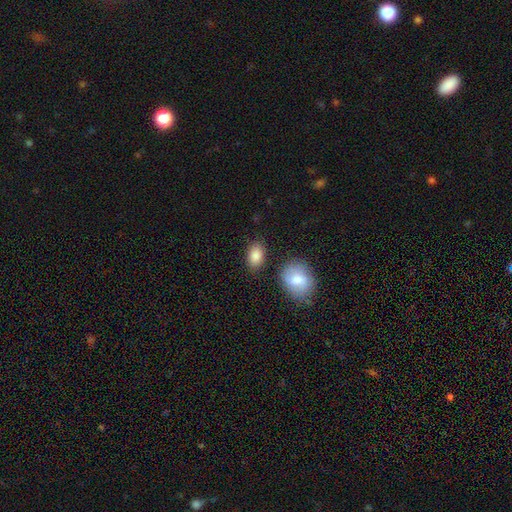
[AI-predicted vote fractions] smooth-or-featured: smooth: 87% | star or artifact: 7% | featured or disk: 6%
  how-rounded: in between: 88% | round: 10% | cigar-shaped: 2%
  merging: none: 80% | minor disturbance: 12% | merger: 5% | major disturbance: 3%